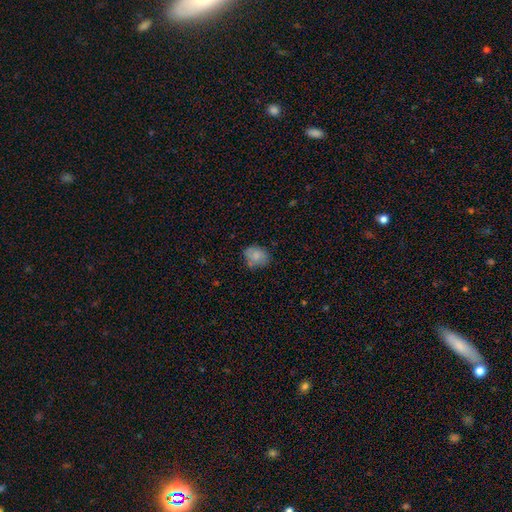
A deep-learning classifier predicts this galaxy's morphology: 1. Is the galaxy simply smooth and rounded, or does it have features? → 79% smooth, 13% featured or disk, 9% star or artifact.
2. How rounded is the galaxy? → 58% in between, 41% round, 1% cigar-shaped.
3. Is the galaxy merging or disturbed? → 67% none, 23% minor disturbance, 6% major disturbance, 4% merger.